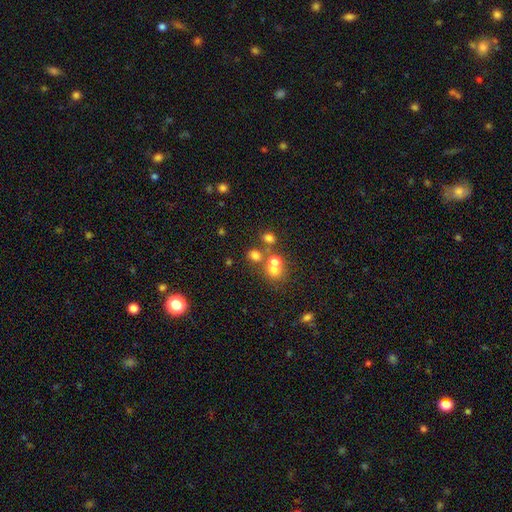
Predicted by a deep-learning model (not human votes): smooth 66%, star or artifact 20%, featured or disk 14%. Down the decision tree: how rounded — round (72%); merging — none (51%).